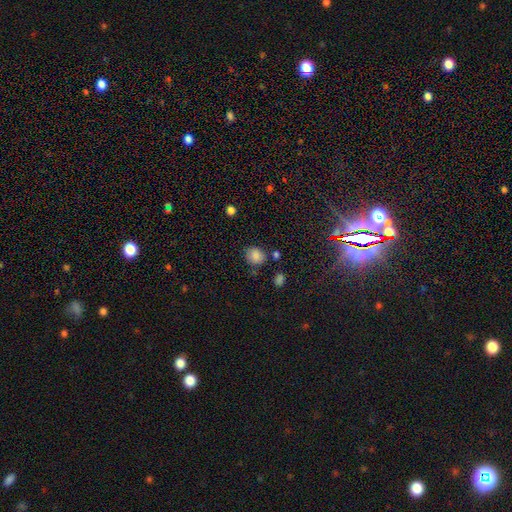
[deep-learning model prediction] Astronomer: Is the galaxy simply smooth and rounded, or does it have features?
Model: smooth — 83%.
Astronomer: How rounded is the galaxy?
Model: round — 66%.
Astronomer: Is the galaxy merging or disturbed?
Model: none — 73%.